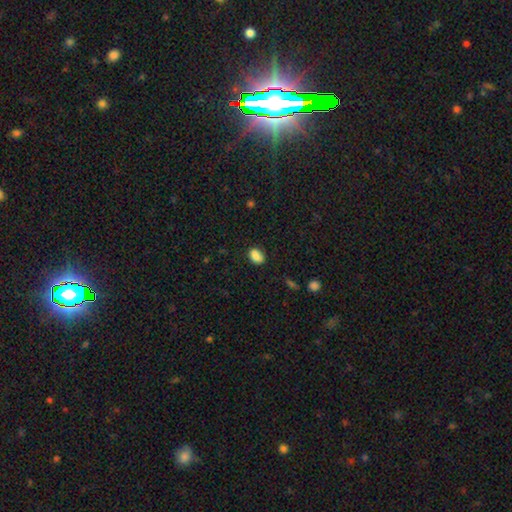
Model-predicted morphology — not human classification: Q: Smooth or featured?
A: smooth (85%); runner-up: star or artifact (10%)
Q: How rounded?
A: in between (79%); runner-up: round (20%)
Q: Merging?
A: none (71%); runner-up: minor disturbance (19%)